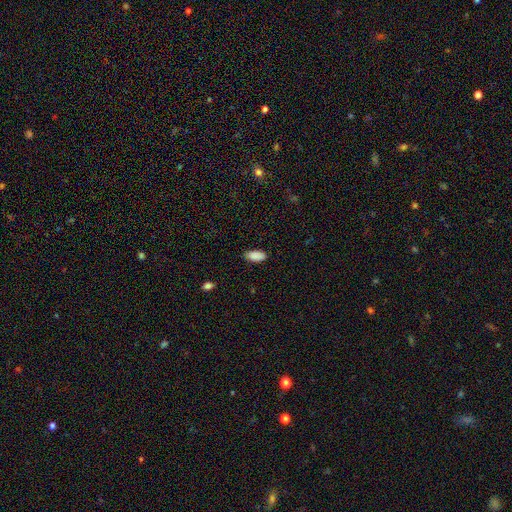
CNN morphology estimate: This is clearly a smooth galaxy (90%). How rounded: clearly in between (90%). Merging: clearly none (83%).